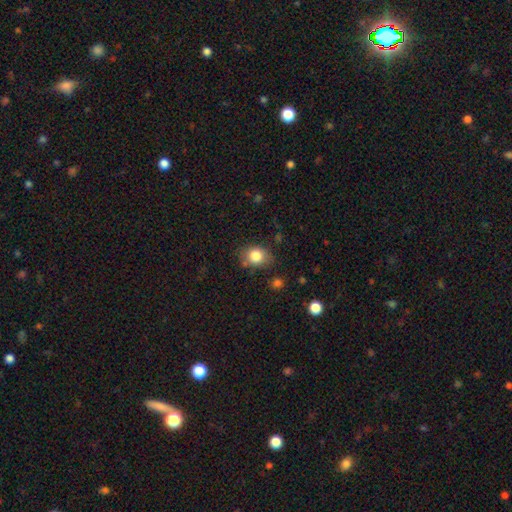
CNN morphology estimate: This appears to be a smooth galaxy with no disk features (82%) that is round (54%). Merging: none (74%).